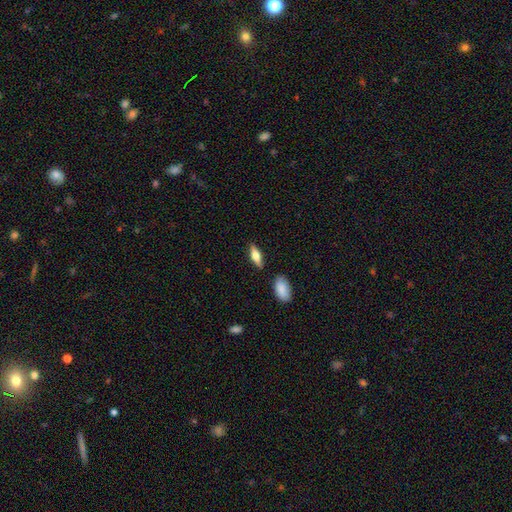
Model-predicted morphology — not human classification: smooth_or_featured: smooth (p=0.59) [alt: featured or disk p=0.35]
how_rounded: in between (p=0.60) [alt: cigar-shaped p=0.37]
merging: none (p=0.84) [alt: minor disturbance p=0.10]